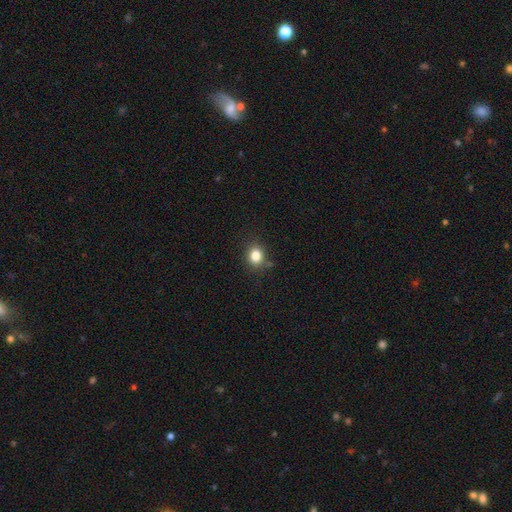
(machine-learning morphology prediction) Smooth or featured? Predicted: smooth (p=0.83). How rounded? Predicted: round (p=0.59). Merging? Predicted: none (p=0.78).